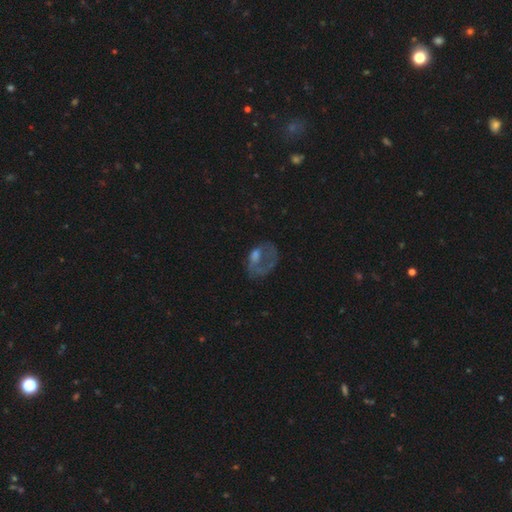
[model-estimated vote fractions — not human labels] A featured or disk galaxy (52%) with no bar (83%), no spiral arms (69%) and a moderate central bulge (35%). Merging: major disturbance (48%).